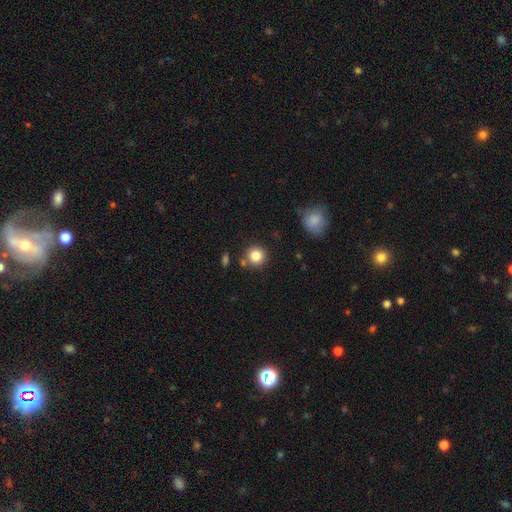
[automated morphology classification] type=smooth (84%); roundness=round (93%); merging=none (81%).